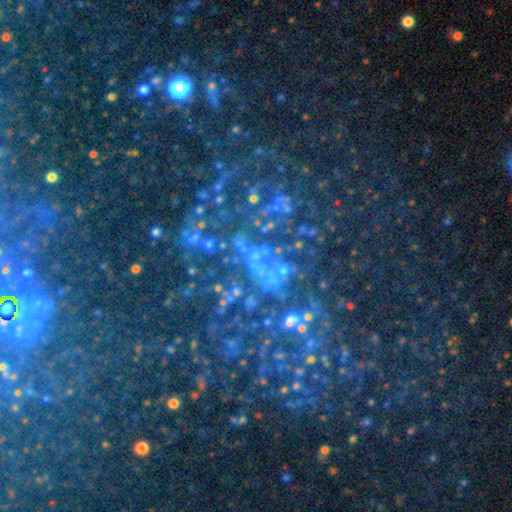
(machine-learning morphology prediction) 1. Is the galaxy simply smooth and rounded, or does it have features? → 71% star or artifact, 15% smooth, 14% featured or disk.